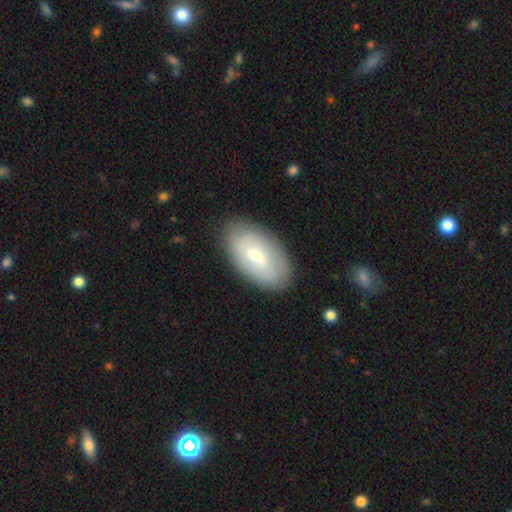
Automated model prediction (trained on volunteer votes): Smooth or featured: featured or disk — 49% (smooth — 45%)
Merging: none — 83% (minor disturbance — 12%)